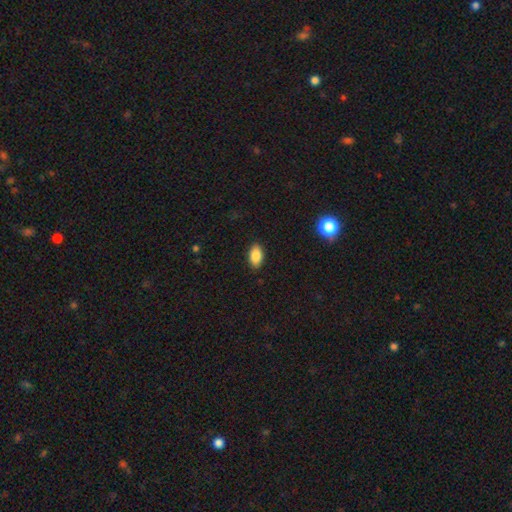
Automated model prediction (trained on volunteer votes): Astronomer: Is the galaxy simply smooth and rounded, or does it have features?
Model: smooth — 87%.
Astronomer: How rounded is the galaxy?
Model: in between — 92%.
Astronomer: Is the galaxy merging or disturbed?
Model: none — 88%.